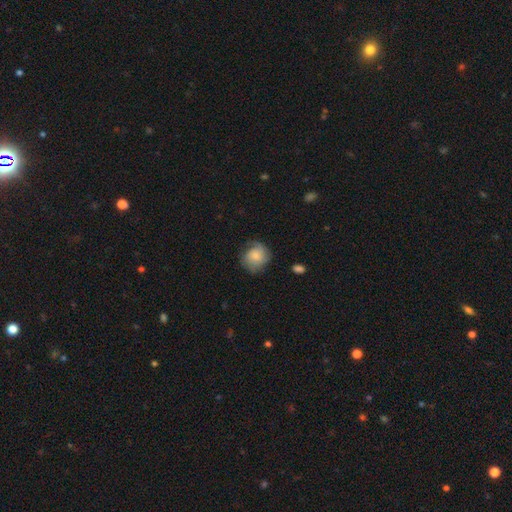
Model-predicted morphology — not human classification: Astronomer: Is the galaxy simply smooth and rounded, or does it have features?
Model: smooth — 56% (runner-up: featured or disk, 36%).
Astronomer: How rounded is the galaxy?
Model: round — 83%.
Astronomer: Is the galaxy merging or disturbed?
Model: none — 66%.